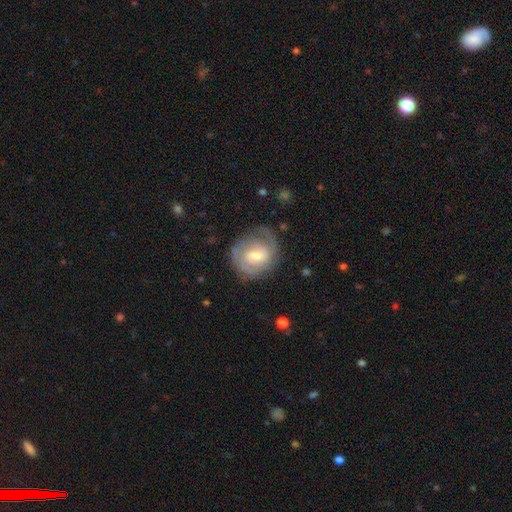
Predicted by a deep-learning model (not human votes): Smooth or featured: featured or disk — 76% (smooth — 18%)
Edge-on disk: no — 97% (yes — 3%)
Bar: weak — 49% (no — 38%)
Spiral arms: yes — 90% (no — 10%)
Spiral winding: tight — 56% (medium — 34%)
Spiral arm count: 2 — 58% (can't tell — 22%)
Bulge size: moderate — 54% (small — 38%)
Merging: none — 72% (minor disturbance — 18%)